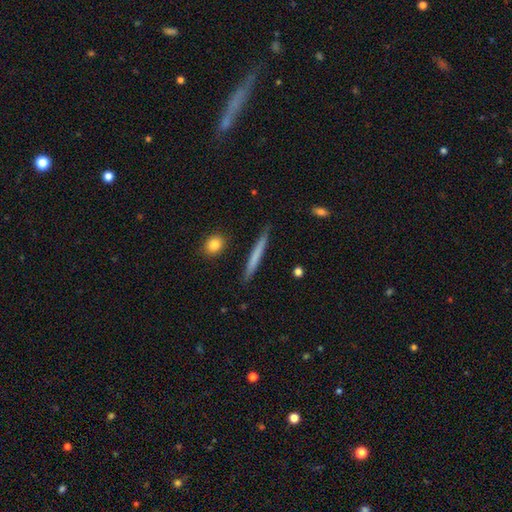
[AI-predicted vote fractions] Morphology: type=smooth (63%); roundness=cigar-shaped (96%); merging=none (89%).